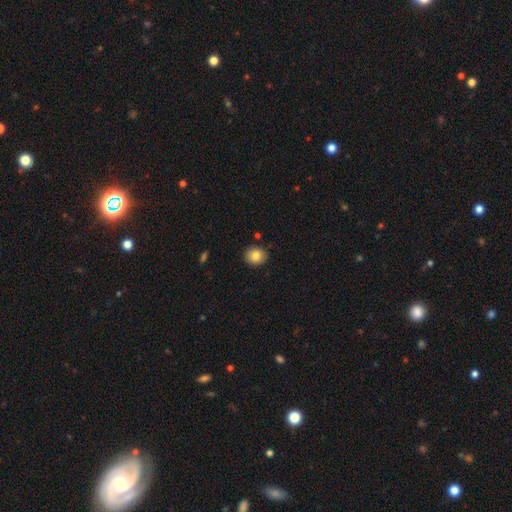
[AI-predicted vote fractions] Smooth or featured: smooth — 82% (star or artifact — 9%)
How rounded: round — 67% (in between — 32%)
Merging: none — 89% (minor disturbance — 8%)